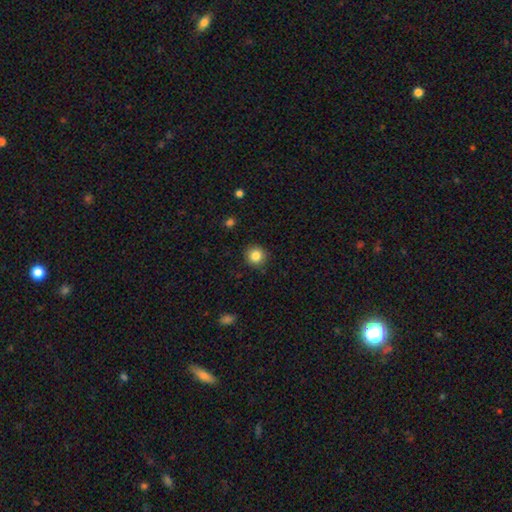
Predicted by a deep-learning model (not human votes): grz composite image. It shows a smooth galaxy with no disk features (84%) that is round (93%). Merging: none (91%).